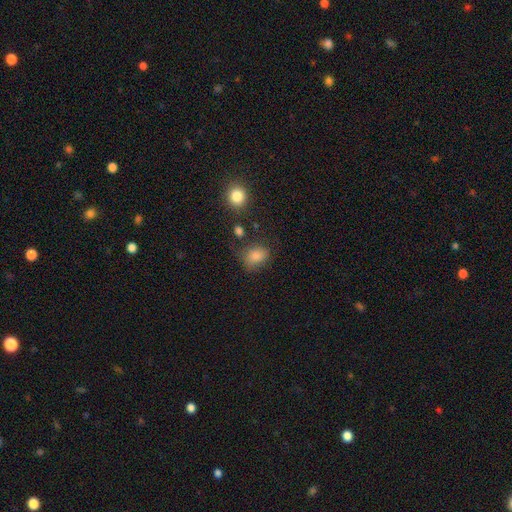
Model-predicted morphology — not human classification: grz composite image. It shows a smooth galaxy with no disk features (77%) that is in between round and cigar-shaped (51%). Merging: none (64%).